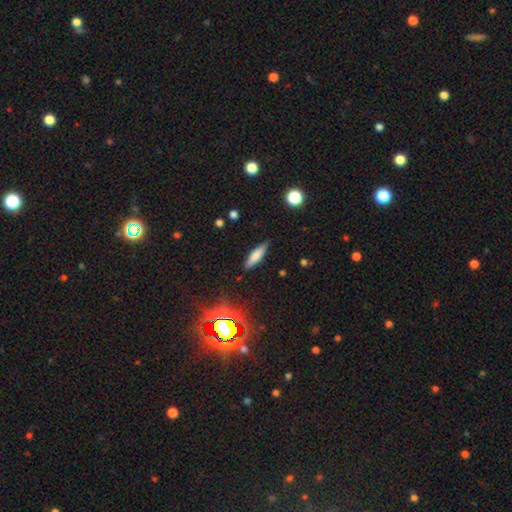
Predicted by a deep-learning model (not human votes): smooth 68%, featured or disk 22%, star or artifact 10%. Down the decision tree: how rounded — cigar-shaped (69%); merging — none (85%).